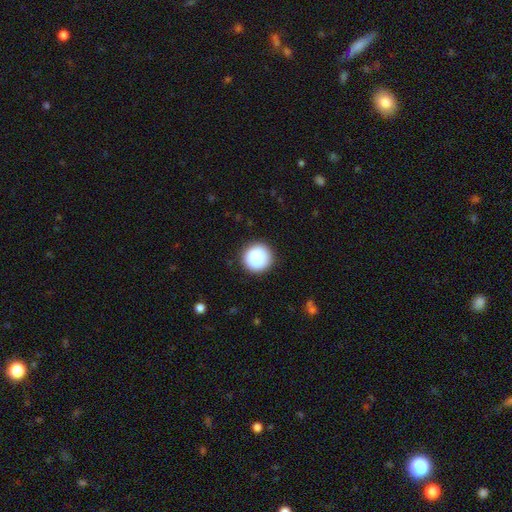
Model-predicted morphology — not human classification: This is clearly a smooth galaxy (85%). How rounded: clearly round (95%). Merging: clearly none (89%).